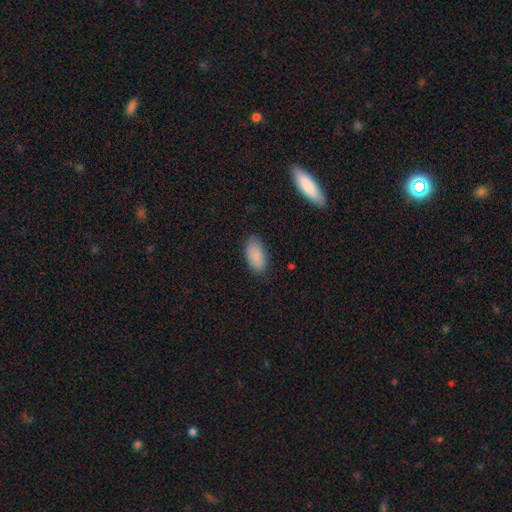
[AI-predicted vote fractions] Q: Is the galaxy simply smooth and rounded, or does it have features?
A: smooth — 88%.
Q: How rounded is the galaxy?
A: in between — 93%.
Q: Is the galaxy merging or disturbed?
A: none — 83%.